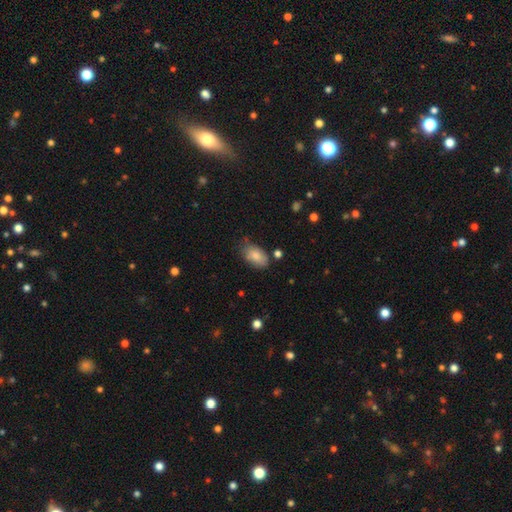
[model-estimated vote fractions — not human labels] Overall: smooth (83%). How rounded: in between (92%). Merging: none (64%; minor disturbance 27%).